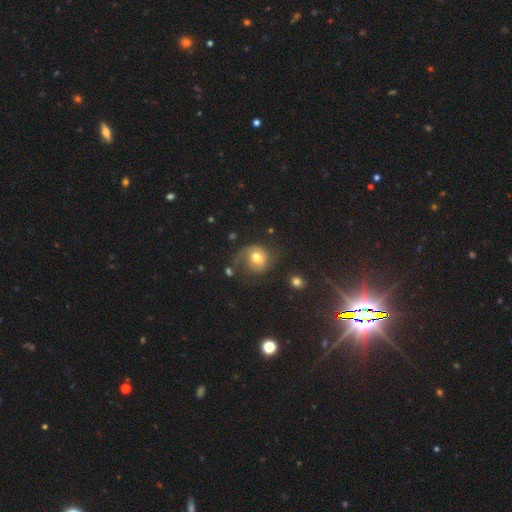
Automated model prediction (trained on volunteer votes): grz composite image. It shows a smooth galaxy with no disk features (50%) that is round (71%). Merging: none (42%).